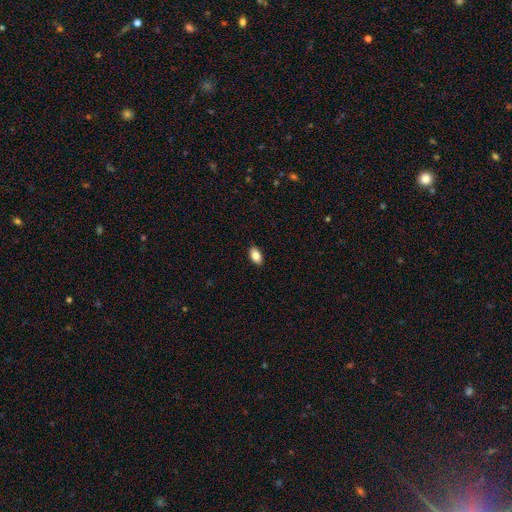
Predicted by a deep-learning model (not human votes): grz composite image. It shows a smooth galaxy with no disk features (85%) that is in between round and cigar-shaped (92%). Merging: none (90%).